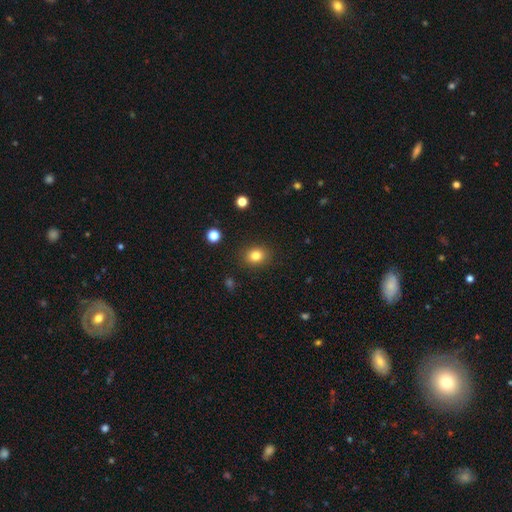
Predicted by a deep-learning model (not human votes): This is clearly a smooth galaxy (82%). How rounded: likely round (63%). Merging: clearly none (88%).